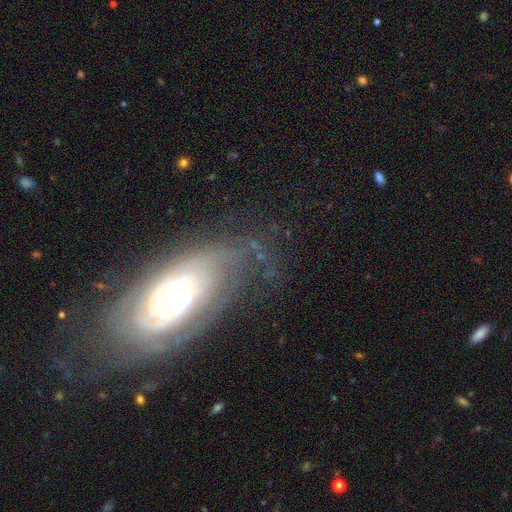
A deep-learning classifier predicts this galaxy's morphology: Smooth or featured? featured or disk (77%)
Edge-on disk? no (92%)
Bar? no (78%)
Spiral arms? yes (87%)
Spiral winding? tight (67%)
Spiral arm count? can't tell (47%)
Bulge size? small (54%)
Merging? none (67%)